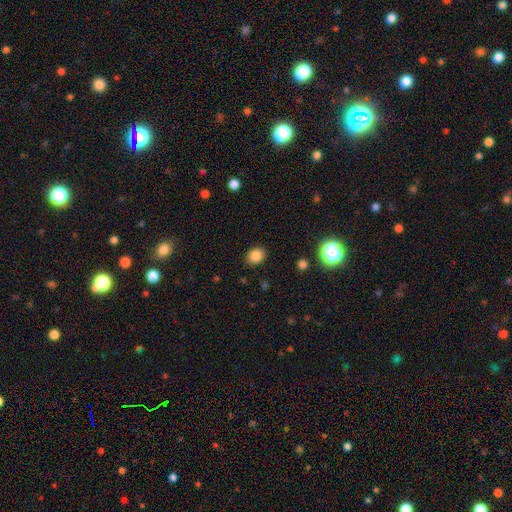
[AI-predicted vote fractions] smooth-or-featured: smooth: 84% | star or artifact: 12% | featured or disk: 5%
  how-rounded: round: 54% | in between: 46% | cigar-shaped: 1%
  merging: none: 88% | minor disturbance: 8% | major disturbance: 2% | merger: 1%